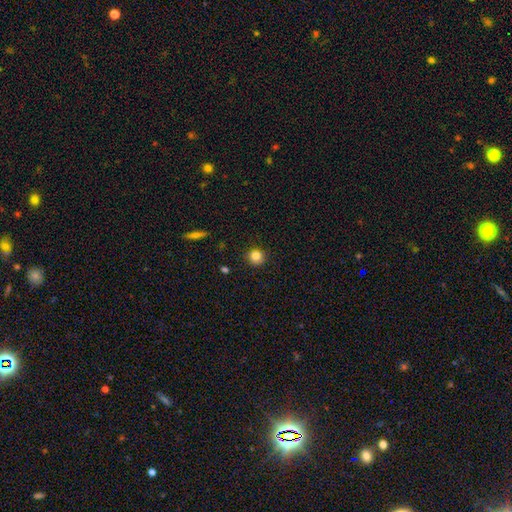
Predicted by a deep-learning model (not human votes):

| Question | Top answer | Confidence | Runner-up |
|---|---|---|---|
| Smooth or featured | smooth | 82% | star or artifact (11%) |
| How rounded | round | 90% | in between (9%) |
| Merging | none | 87% | minor disturbance (9%) |